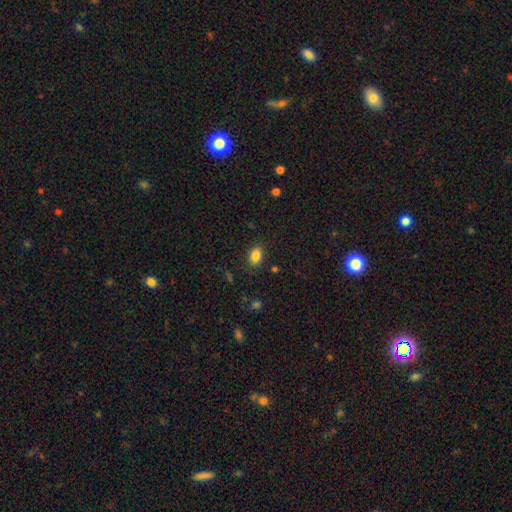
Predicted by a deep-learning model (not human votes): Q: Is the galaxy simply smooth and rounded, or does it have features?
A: smooth — 84%.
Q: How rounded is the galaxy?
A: in between — 81%.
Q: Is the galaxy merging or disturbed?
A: none — 85%.